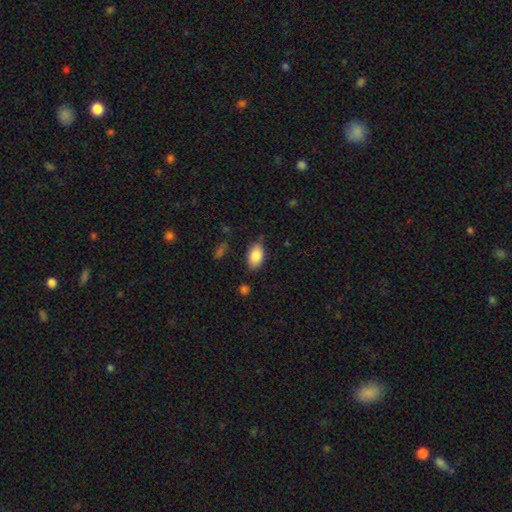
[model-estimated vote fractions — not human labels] Smooth or featured?
  - smooth: 86% *
  - featured or disk: 7%
  - star or artifact: 7%
How rounded?
  - in between: 92% *
  - round: 6%
  - cigar-shaped: 2%
Merging?
  - none: 78% *
  - minor disturbance: 17%
  - major disturbance: 3%
  - merger: 2%